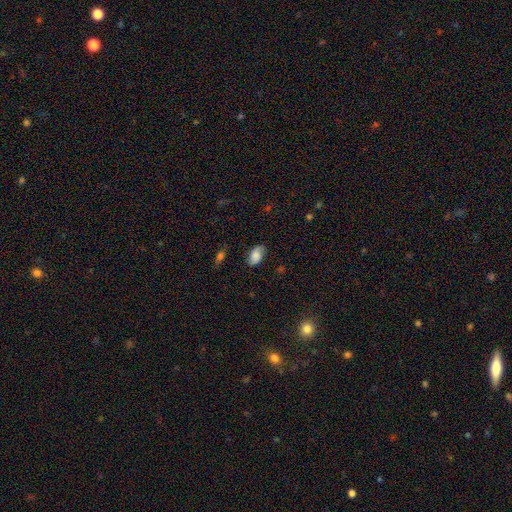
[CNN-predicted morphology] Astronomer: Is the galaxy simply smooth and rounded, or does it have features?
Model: smooth — 73%.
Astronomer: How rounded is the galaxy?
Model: in between — 92%.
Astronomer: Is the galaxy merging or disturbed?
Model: none — 77%.